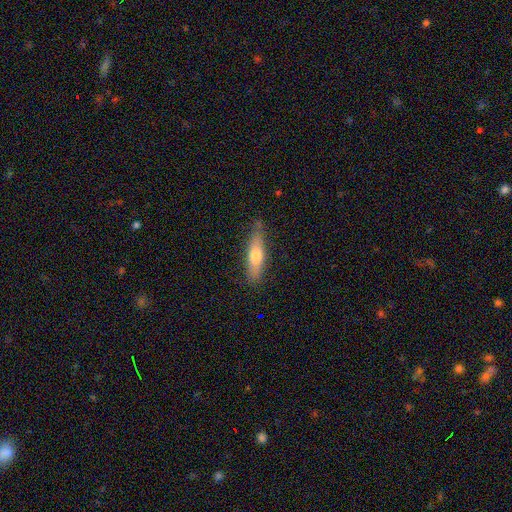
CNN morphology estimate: Overall: smooth (63%; featured or disk 31%). How rounded: cigar-shaped (65%; in between 33%). Merging: none (78%).